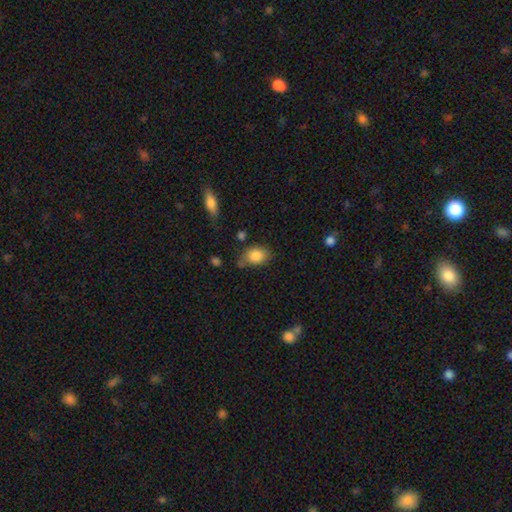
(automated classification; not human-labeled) Smooth or featured?
  - smooth: 84% *
  - star or artifact: 8%
  - featured or disk: 8%
How rounded?
  - in between: 72% *
  - round: 27%
  - cigar-shaped: 2%
Merging?
  - none: 63% *
  - minor disturbance: 25%
  - merger: 6%
  - major disturbance: 6%